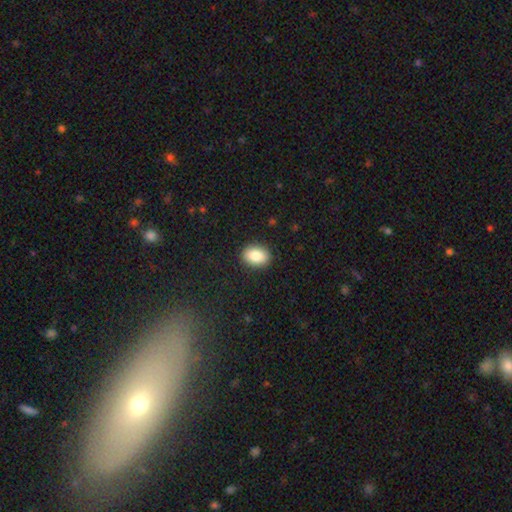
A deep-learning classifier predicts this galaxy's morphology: Smooth or featured? smooth (85%)
How rounded? in between (71%)
Merging? none (90%)